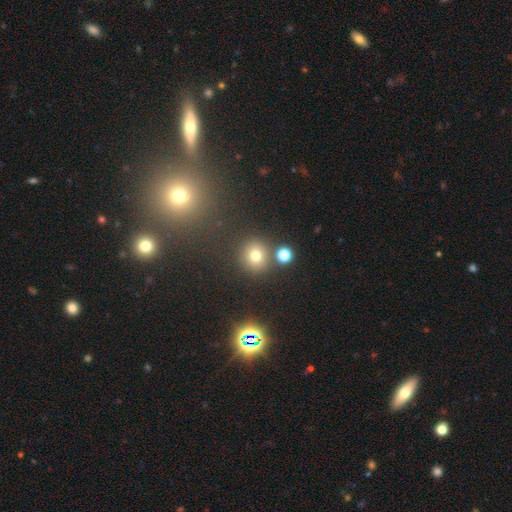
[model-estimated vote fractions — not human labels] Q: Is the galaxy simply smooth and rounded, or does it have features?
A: smooth — 72%.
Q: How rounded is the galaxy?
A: round — 92%.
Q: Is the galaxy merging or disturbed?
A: none — 81%.